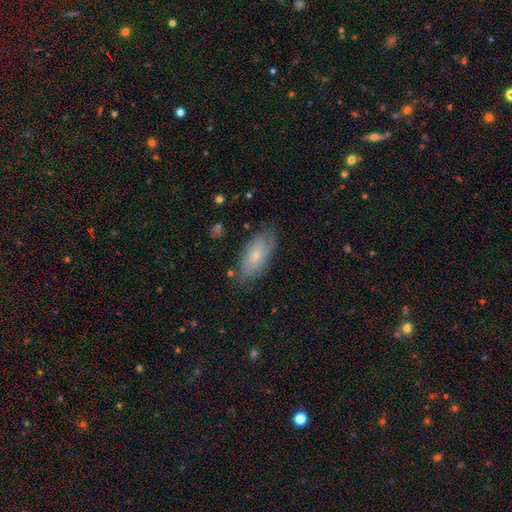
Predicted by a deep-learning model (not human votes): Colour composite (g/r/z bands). It shows a smooth galaxy with no disk features (67%) that is in between round and cigar-shaped (87%). Merging: none (75%).